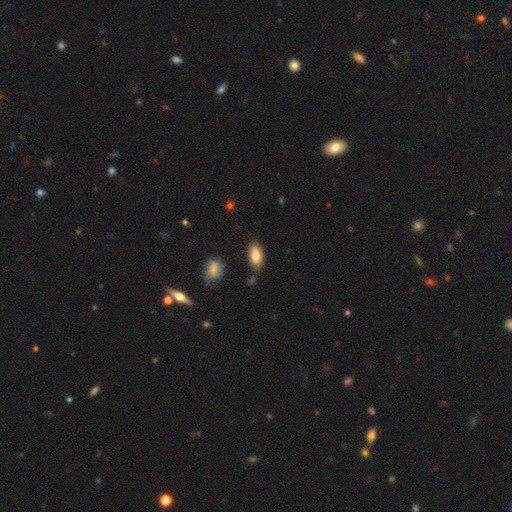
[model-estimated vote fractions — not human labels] Smooth or featured: smooth — 85% (featured or disk — 8%)
How rounded: in between — 93% (cigar-shaped — 4%)
Merging: none — 75% (minor disturbance — 18%)